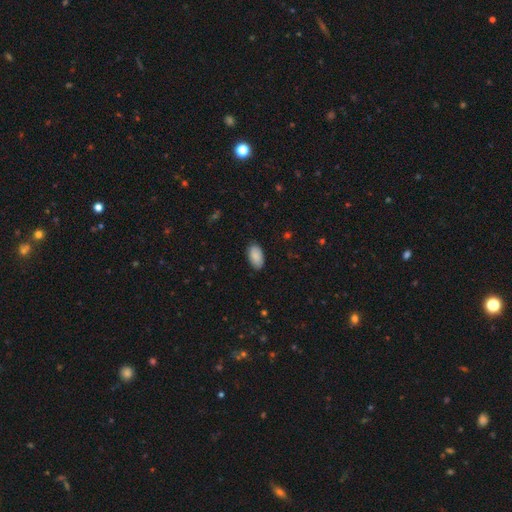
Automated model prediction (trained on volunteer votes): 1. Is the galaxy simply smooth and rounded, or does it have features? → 87% smooth, 6% star or artifact, 6% featured or disk.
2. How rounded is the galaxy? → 95% in between, 3% round, 2% cigar-shaped.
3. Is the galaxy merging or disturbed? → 84% none, 12% minor disturbance, 2% major disturbance, 1% merger.